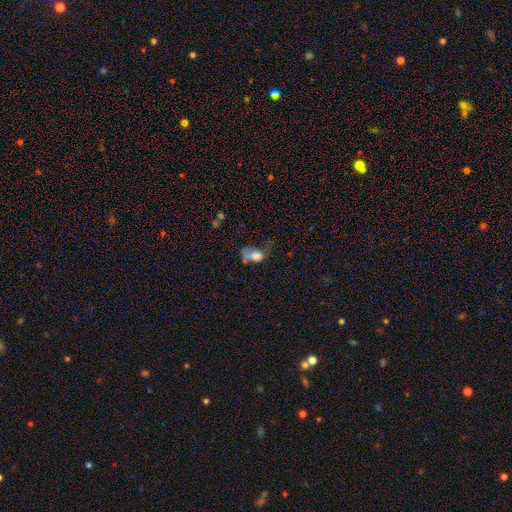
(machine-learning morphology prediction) smooth-or-featured: smooth: 68% | featured or disk: 19% | star or artifact: 13%
  how-rounded: in between: 72% | round: 25% | cigar-shaped: 3%
  merging: major disturbance: 41% | minor disturbance: 21% | merger: 20% | none: 19%